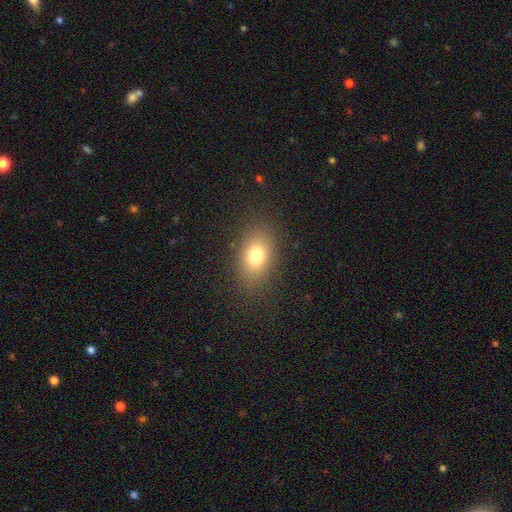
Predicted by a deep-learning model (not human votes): smooth-or-featured: smooth: 76% | star or artifact: 12% | featured or disk: 12%
  how-rounded: in between: 78% | round: 20% | cigar-shaped: 2%
  merging: none: 85% | minor disturbance: 10% | major disturbance: 5% | merger: 1%